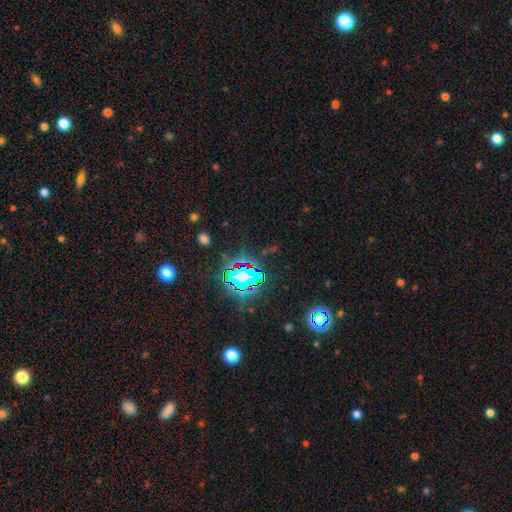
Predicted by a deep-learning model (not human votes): Q: Smooth or featured?
A: star or artifact (81%); runner-up: smooth (11%)